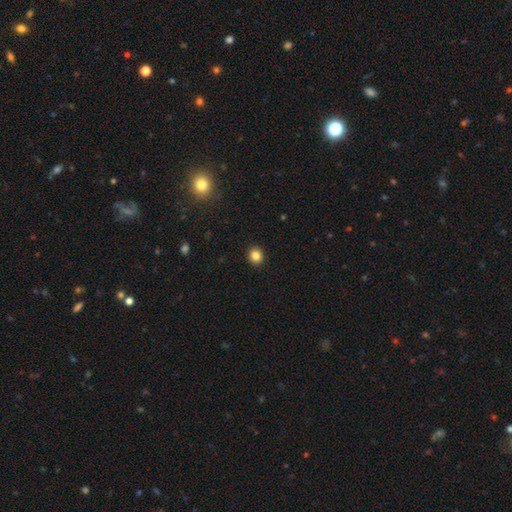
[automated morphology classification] smooth 85%, star or artifact 11%, featured or disk 4%. Down the decision tree: how rounded — round (85%); merging — none (93%).